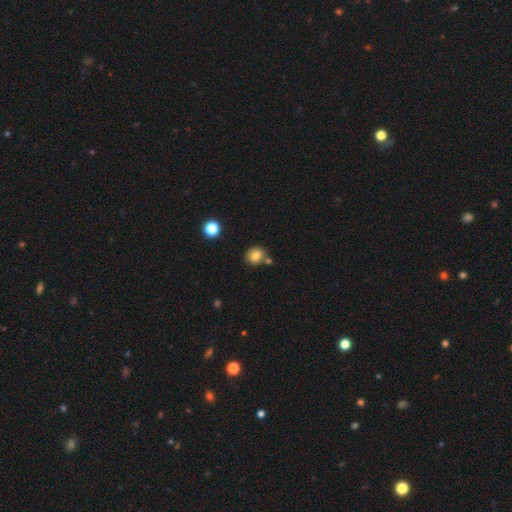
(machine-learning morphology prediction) A smooth galaxy with no disk features (79%) that is round (73%).

Vote fractions:
- Smooth or featured? smooth: 79% / star or artifact: 11% / featured or disk: 10%
- How rounded? round: 73% / in between: 26% / cigar-shaped: 1%
- Merging? none: 70% / merger: 15% / minor disturbance: 12% / major disturbance: 3%